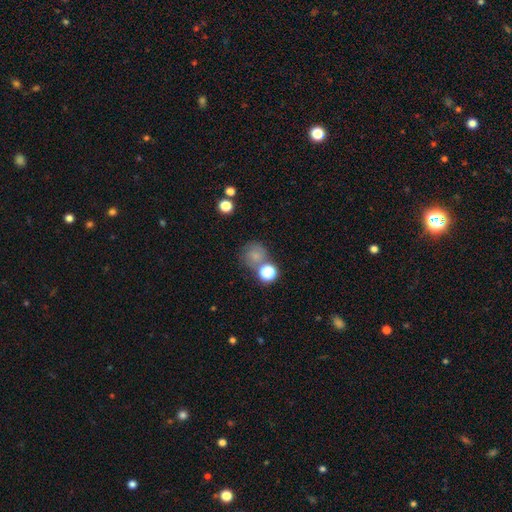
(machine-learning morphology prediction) smooth_or_featured: smooth (p=0.71) [alt: star or artifact p=0.17]
how_rounded: round (p=0.85) [alt: in between p=0.14]
merging: none (p=0.57) [alt: merger p=0.21]